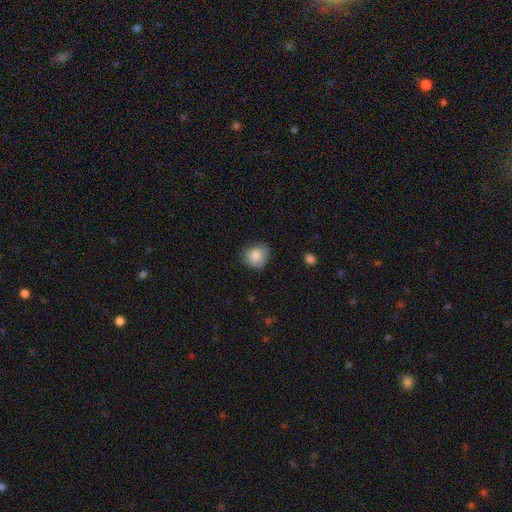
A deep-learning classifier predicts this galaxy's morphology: A smooth galaxy with no disk features (83%) that is round (73%).

Vote fractions:
- Smooth or featured? smooth: 83% / featured or disk: 9% / star or artifact: 9%
- How rounded? round: 73% / in between: 26% / cigar-shaped: 1%
- Merging? none: 66% / minor disturbance: 26% / major disturbance: 6% / merger: 1%